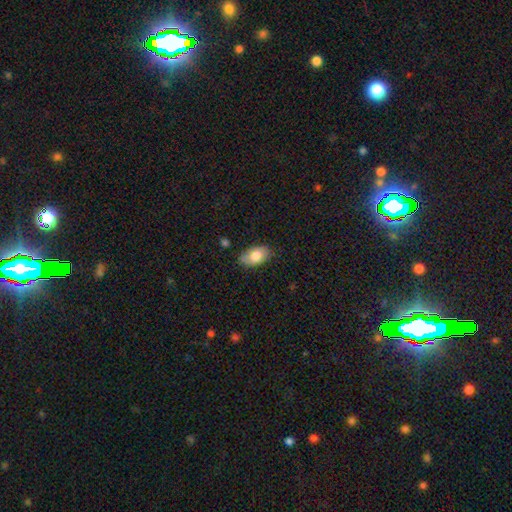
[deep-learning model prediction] This is likely a smooth galaxy (79%). How rounded: clearly in between (93%). Merging: clearly none (81%).